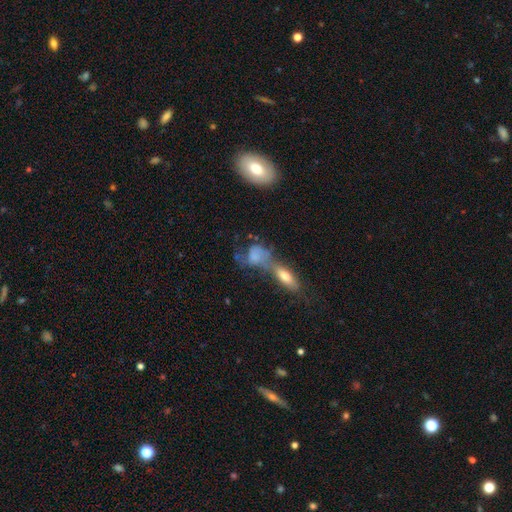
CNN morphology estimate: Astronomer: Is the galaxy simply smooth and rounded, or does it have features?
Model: smooth — 61%.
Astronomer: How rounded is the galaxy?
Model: in between — 63%.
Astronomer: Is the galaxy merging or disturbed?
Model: merger — 52%.